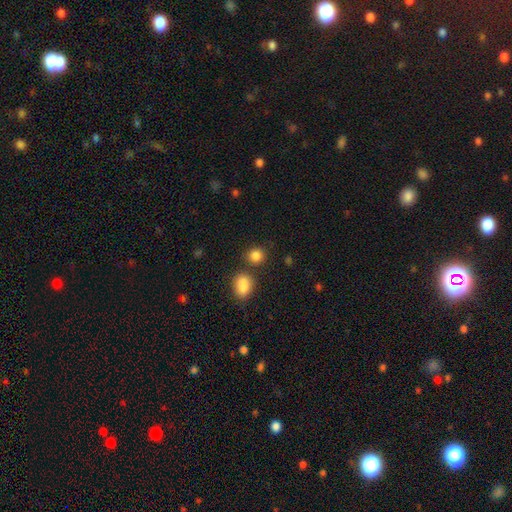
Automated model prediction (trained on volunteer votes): Smooth or featured: smooth — 85% (star or artifact — 10%)
How rounded: round — 77% (in between — 22%)
Merging: none — 72% (merger — 14%)